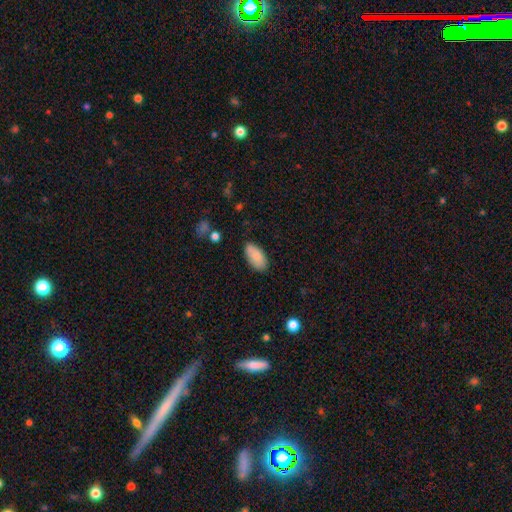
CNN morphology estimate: smooth_or_featured: smooth (p=0.87) [alt: featured or disk p=0.07]
how_rounded: in between (p=0.93) [alt: cigar-shaped p=0.04]
merging: none (p=0.79) [alt: minor disturbance p=0.16]